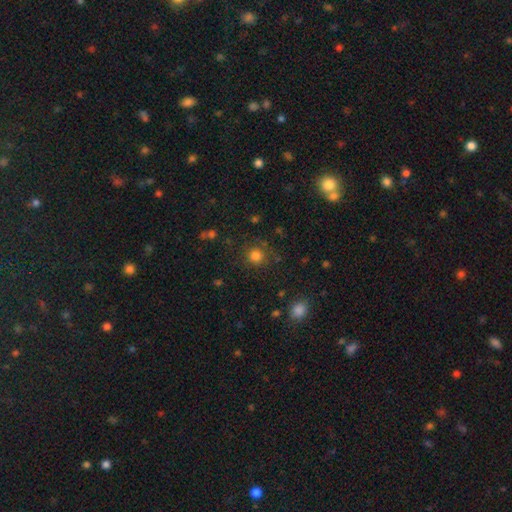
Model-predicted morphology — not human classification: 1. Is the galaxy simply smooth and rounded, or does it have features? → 80% smooth, 15% star or artifact, 5% featured or disk.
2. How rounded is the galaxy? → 92% round, 7% in between, 1% cigar-shaped.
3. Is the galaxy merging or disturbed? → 83% none, 10% minor disturbance, 5% major disturbance, 3% merger.